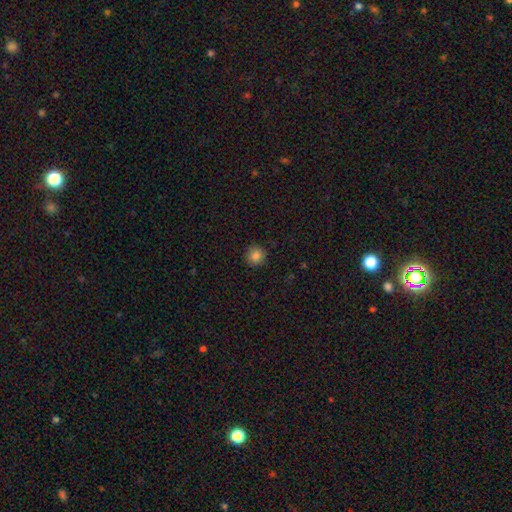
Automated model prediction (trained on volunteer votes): smooth_or_featured: smooth (p=0.85) [alt: star or artifact p=0.11]
how_rounded: round (p=0.93) [alt: in between p=0.06]
merging: none (p=0.91) [alt: minor disturbance p=0.06]